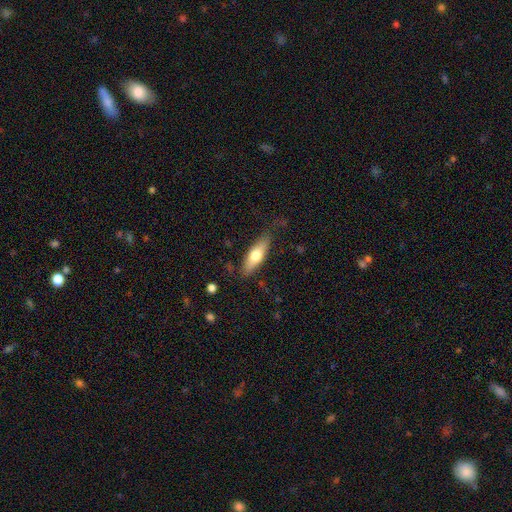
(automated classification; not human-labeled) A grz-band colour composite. It shows a smooth galaxy with no disk features (64%) that is in between round and cigar-shaped (56%). Merging: none (80%).